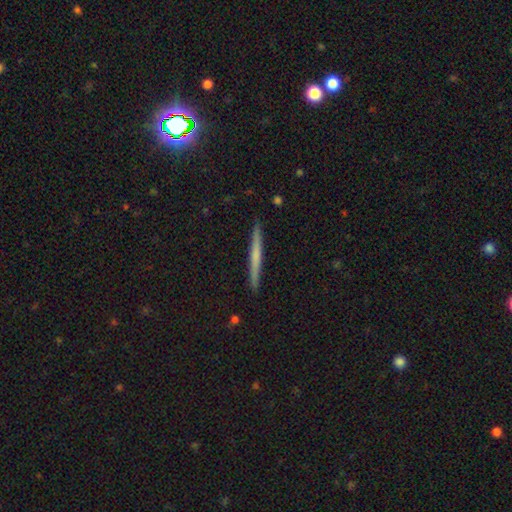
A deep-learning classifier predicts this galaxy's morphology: A smooth galaxy with no disk features (50%) that is cigar-shaped (97%). Merging: none (92%).